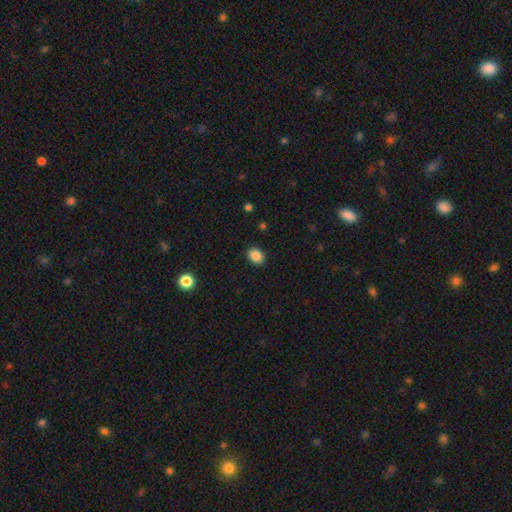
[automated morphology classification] smooth-or-featured: smooth: 88% | star or artifact: 9% | featured or disk: 3%
  how-rounded: in between: 65% | round: 34% | cigar-shaped: 1%
  merging: none: 89% | minor disturbance: 8% | major disturbance: 2% | merger: 1%